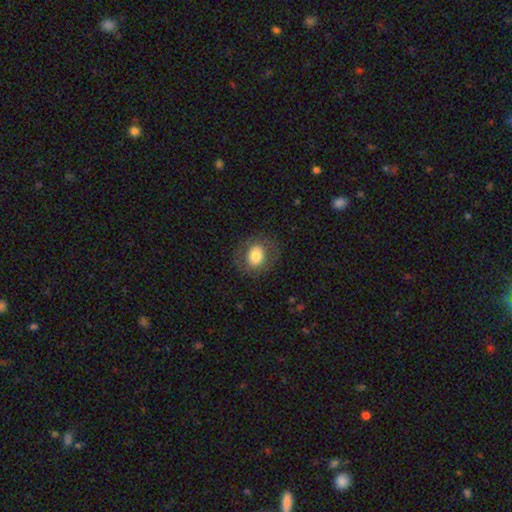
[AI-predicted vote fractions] Smooth or featured? Predicted: smooth (p=0.72). How rounded? Predicted: round (p=0.57). Merging? Predicted: none (p=0.81).